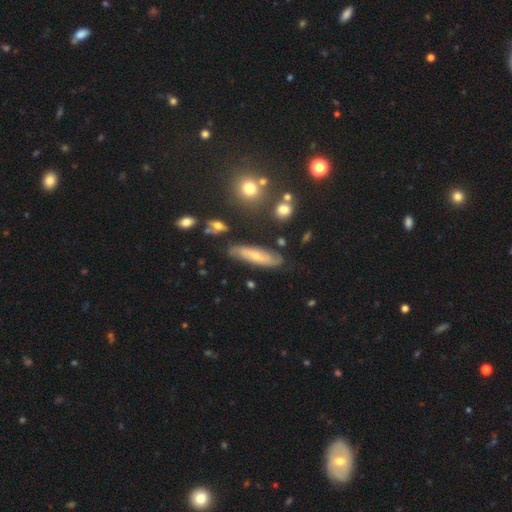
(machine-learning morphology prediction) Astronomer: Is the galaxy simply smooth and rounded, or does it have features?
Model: featured or disk — 62%.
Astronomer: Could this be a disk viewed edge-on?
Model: no — 74%.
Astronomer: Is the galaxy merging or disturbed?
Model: none — 74%.